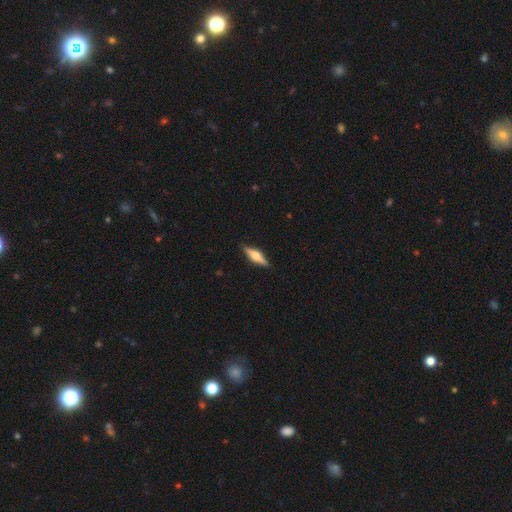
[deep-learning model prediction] A featured or disk galaxy (58%) viewed edge-on (96%) with a rounded central bulge (91%).

Vote fractions:
- Smooth or featured? featured or disk: 58% / smooth: 36% / star or artifact: 6%
- Edge-on disk? yes: 96% / no: 4%
- Edge-on bulge? rounded: 91% / boxy: 7% / none: 3%
- Merging? none: 89% / minor disturbance: 8% / major disturbance: 2% / merger: 1%